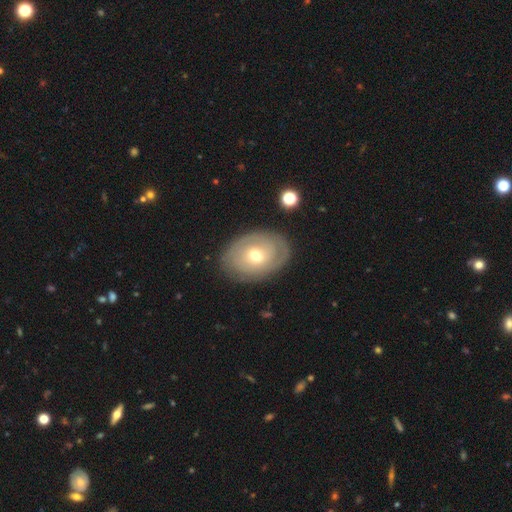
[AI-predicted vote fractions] Overall: featured or disk (52%; smooth 41%). Edge-on disk: no (93%). Merging: none (80%).